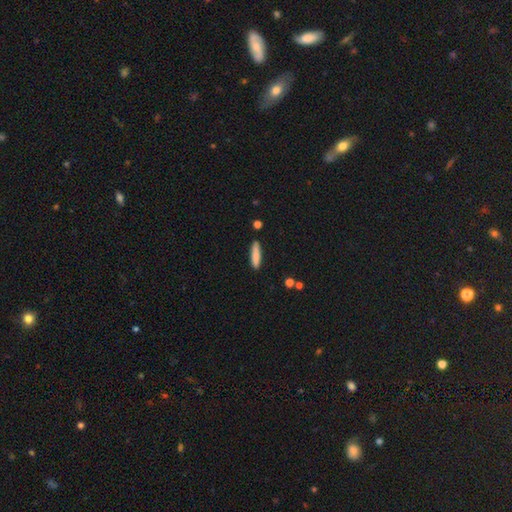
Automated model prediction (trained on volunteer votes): Smooth or featured? Predicted: smooth (p=0.82). How rounded? Predicted: cigar-shaped (p=0.78). Merging? Predicted: none (p=0.85).